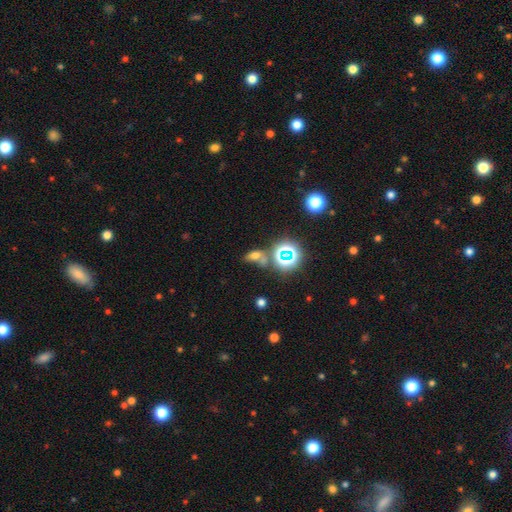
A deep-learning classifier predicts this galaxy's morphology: Smooth or featured: smooth — 51% (star or artifact — 34%)
How rounded: in between — 75% (round — 19%)
Merging: none — 48% (merger — 27%)